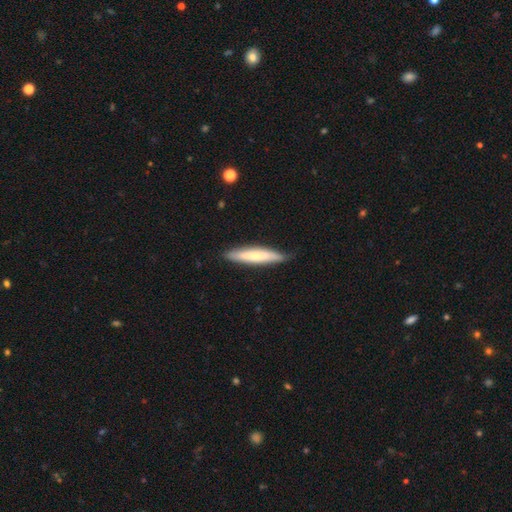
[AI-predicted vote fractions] smooth-or-featured: smooth: 60% | featured or disk: 35% | star or artifact: 5%
  how-rounded: cigar-shaped: 89% | in between: 10% | round: 1%
  merging: none: 84% | minor disturbance: 13% | major disturbance: 2% | merger: 1%